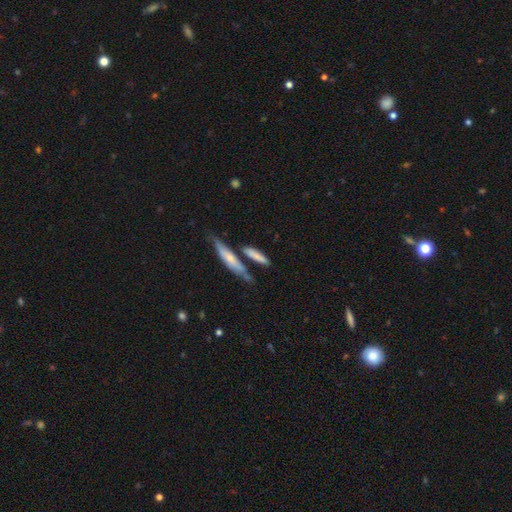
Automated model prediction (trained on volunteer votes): The model was most divided on "merging": none: 54%, merger: 24%, minor disturbance: 16%, major disturbance: 5%. More confident: how rounded — cigar-shaped (71%); smooth or featured — smooth (66%).